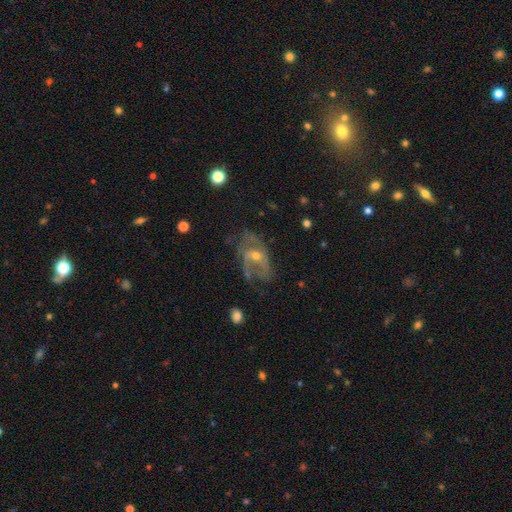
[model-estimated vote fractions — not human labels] featured or disk 78%, smooth 13%, star or artifact 9%. Down the decision tree: edge-on disk — no (95%); bar — no (49%); spiral arms — yes (82%); spiral arm count — 2 (48%); spiral winding — medium (44%); bulge size — small (49%); merging — none (52%).